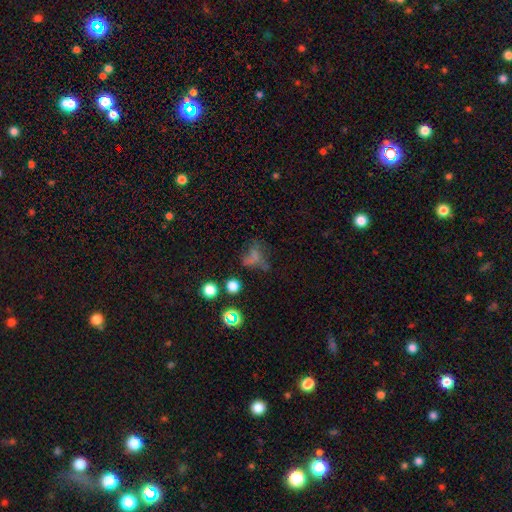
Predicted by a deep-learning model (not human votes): Morphology: type=smooth (38%); merging=none (41%).